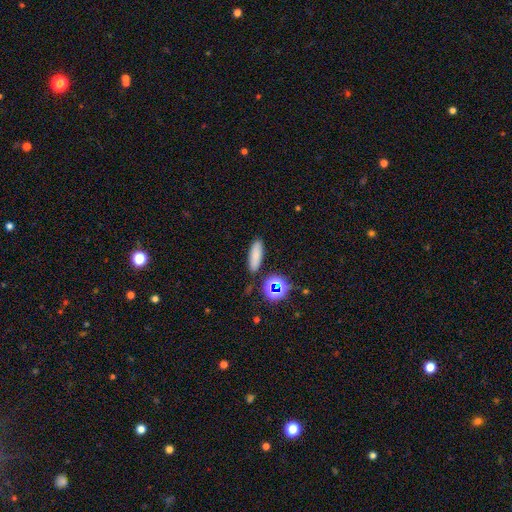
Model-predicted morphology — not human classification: Smooth or featured?
  - smooth: 78% *
  - star or artifact: 14%
  - featured or disk: 9%
How rounded?
  - cigar-shaped: 51% *
  - in between: 44%
  - round: 5%
Merging?
  - none: 85% *
  - minor disturbance: 9%
  - merger: 4%
  - major disturbance: 3%